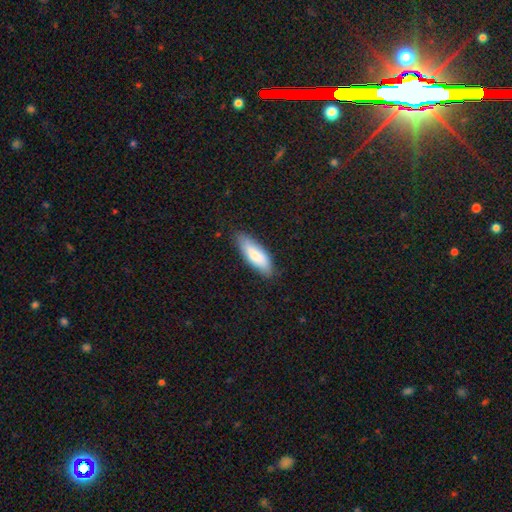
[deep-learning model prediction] This is likely a smooth galaxy (79%). How rounded: likely in between (61%). Merging: clearly none (80%).